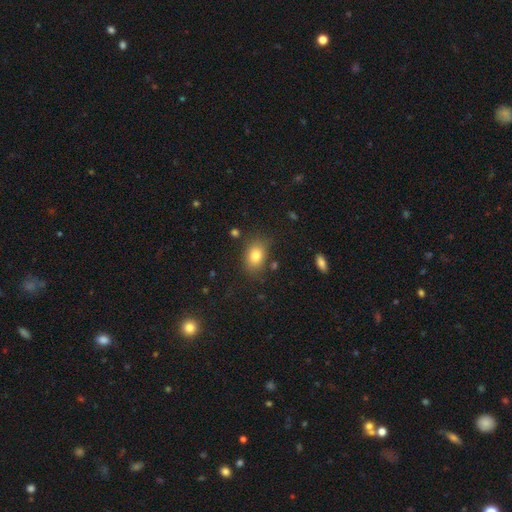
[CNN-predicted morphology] Q: Smooth or featured?
A: smooth (80%); runner-up: star or artifact (10%)
Q: How rounded?
A: in between (75%); runner-up: round (24%)
Q: Merging?
A: none (78%); runner-up: minor disturbance (14%)